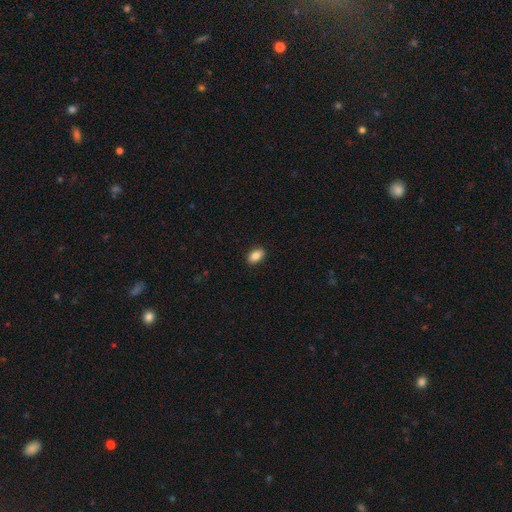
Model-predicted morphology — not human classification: A smooth galaxy with no disk features (88%) that is in between round and cigar-shaped (91%).

Vote fractions:
- Smooth or featured? smooth: 88% / star or artifact: 7% / featured or disk: 5%
- How rounded? in between: 91% / round: 7% / cigar-shaped: 2%
- Merging? none: 90% / minor disturbance: 7% / major disturbance: 2% / merger: 1%